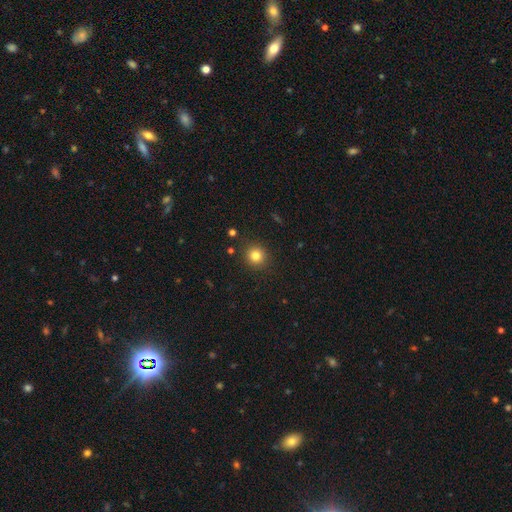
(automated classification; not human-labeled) Smooth or featured? smooth (81%)
How rounded? round (91%)
Merging? none (90%)